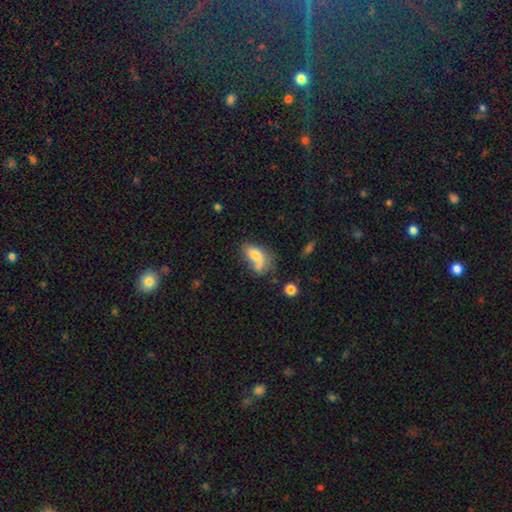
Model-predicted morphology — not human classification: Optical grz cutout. It shows a smooth galaxy with no disk features (70%) that is in between round and cigar-shaped (87%). Merging: merger (36%).